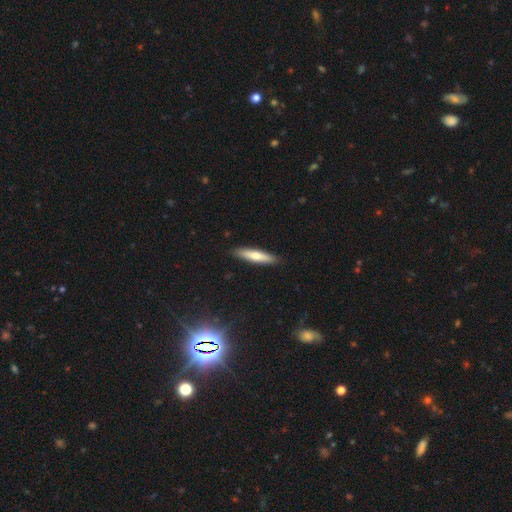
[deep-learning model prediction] Smooth or featured: smooth — 64% (featured or disk — 31%)
How rounded: cigar-shaped — 80% (in between — 18%)
Merging: none — 90% (minor disturbance — 7%)